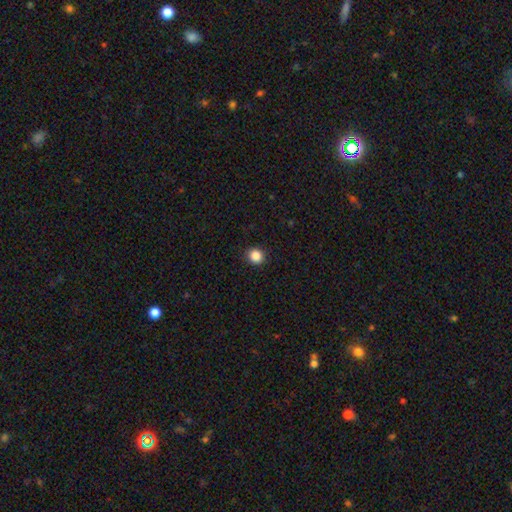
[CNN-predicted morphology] The model was most divided on "smooth or featured": smooth: 87%, star or artifact: 10%, featured or disk: 3%. More confident: merging — none (91%); how rounded — round (88%).